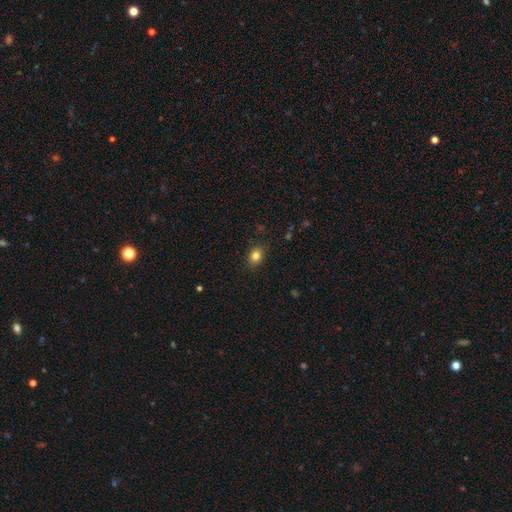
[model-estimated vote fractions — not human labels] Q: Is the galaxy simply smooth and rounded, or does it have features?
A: smooth — 83%.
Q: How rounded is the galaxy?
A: in between — 56%.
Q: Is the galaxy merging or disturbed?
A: none — 86%.